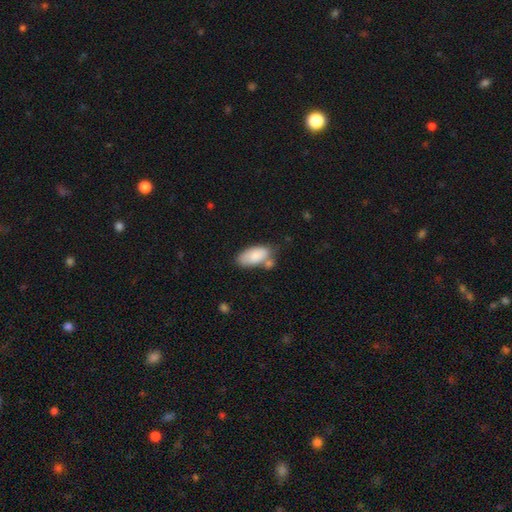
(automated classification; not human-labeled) A smooth galaxy with no disk features (84%) that is in between round and cigar-shaped (92%). Merging: none (53%).